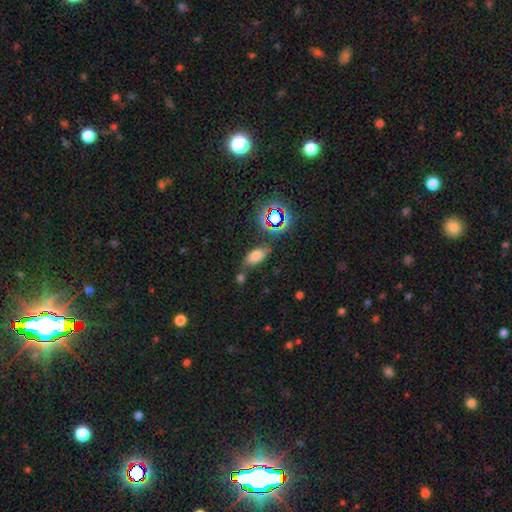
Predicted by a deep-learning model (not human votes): Overall: smooth (68%). How rounded: in between (87%). Merging: none (65%).